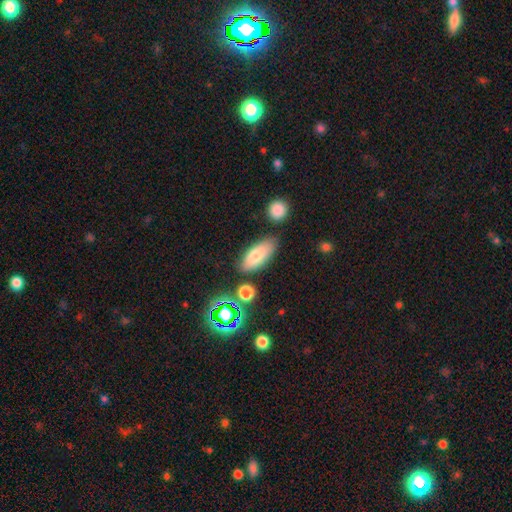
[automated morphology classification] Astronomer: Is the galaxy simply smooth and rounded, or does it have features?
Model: smooth — 76%.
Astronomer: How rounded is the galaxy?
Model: in between — 80%.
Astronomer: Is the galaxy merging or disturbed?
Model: none — 77%.